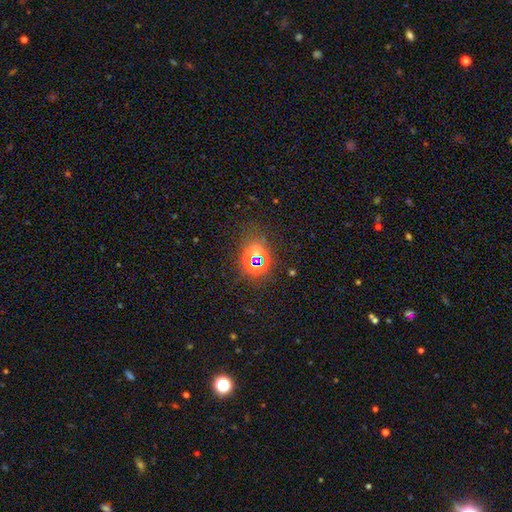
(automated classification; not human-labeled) Morphology: type=star or artifact (64%).